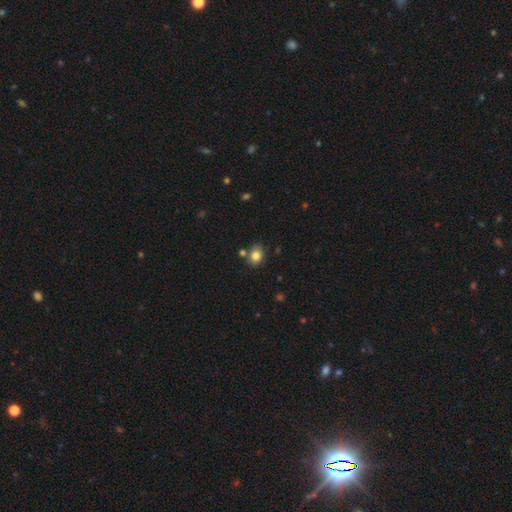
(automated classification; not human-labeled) Smooth or featured?
  - smooth: 80% *
  - star or artifact: 10%
  - featured or disk: 10%
How rounded?
  - in between: 56% *
  - round: 43%
  - cigar-shaped: 1%
Merging?
  - none: 73% *
  - minor disturbance: 13%
  - merger: 11%
  - major disturbance: 3%